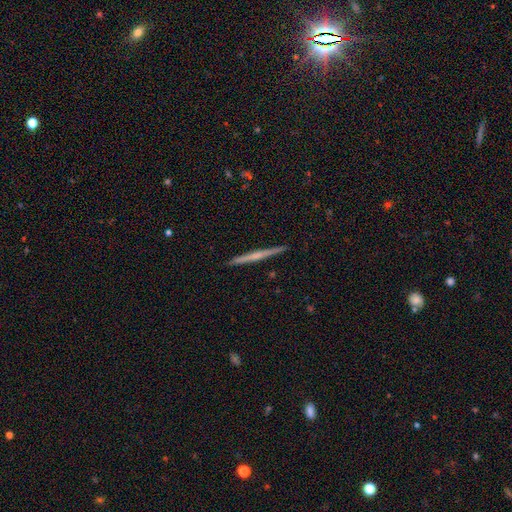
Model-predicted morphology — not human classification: Smooth or featured?
  - featured or disk: 63% *
  - smooth: 32%
  - star or artifact: 6%
Edge-on disk?
  - yes: 98% *
  - no: 2%
Edge-on bulge?
  - none: 55% *
  - rounded: 37%
  - boxy: 8%
Merging?
  - none: 93% *
  - minor disturbance: 5%
  - major disturbance: 1%
  - merger: 1%